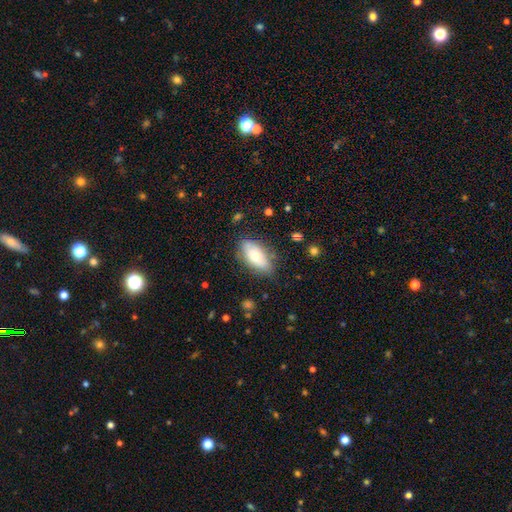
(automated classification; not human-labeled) Smooth or featured? Predicted: smooth (p=0.70). How rounded? Predicted: in between (p=0.90). Merging? Predicted: none (p=0.77).